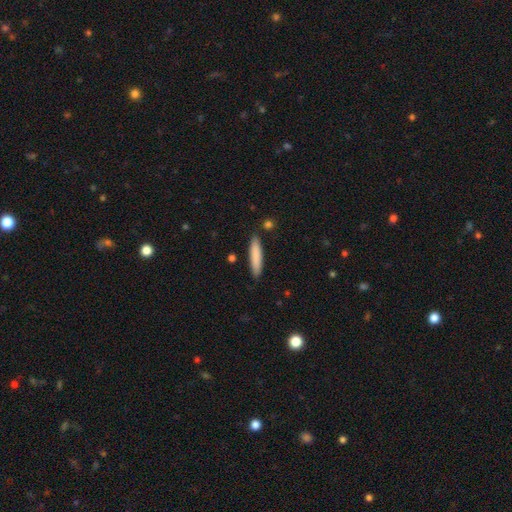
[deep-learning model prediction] Smooth or featured: smooth — 83% (featured or disk — 11%)
How rounded: cigar-shaped — 85% (in between — 14%)
Merging: none — 87% (minor disturbance — 9%)